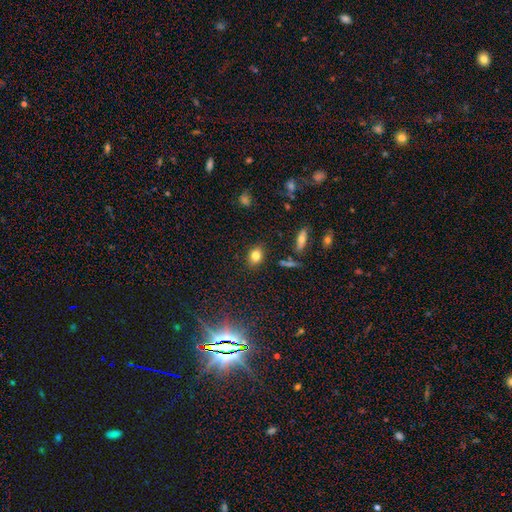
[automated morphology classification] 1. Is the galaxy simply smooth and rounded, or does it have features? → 80% smooth, 11% star or artifact, 9% featured or disk.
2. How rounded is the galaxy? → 58% in between, 41% round, 2% cigar-shaped.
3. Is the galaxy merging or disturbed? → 86% none, 10% minor disturbance, 3% major disturbance, 2% merger.